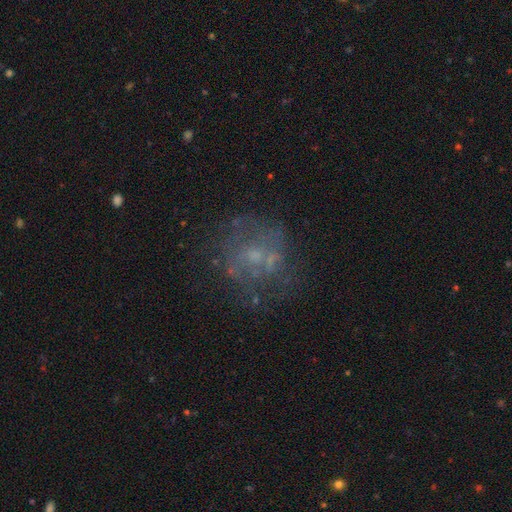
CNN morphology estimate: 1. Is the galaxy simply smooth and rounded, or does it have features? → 56% featured or disk, 25% smooth, 18% star or artifact.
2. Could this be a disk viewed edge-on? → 98% no, 2% yes.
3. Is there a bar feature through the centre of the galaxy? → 78% no, 19% weak, 3% strong.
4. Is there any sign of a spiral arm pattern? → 63% no, 37% yes.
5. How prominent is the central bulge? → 47% small, 25% none, 25% moderate, 2% large, 1% dominant.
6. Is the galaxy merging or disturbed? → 62% none, 16% minor disturbance, 16% major disturbance, 6% merger.